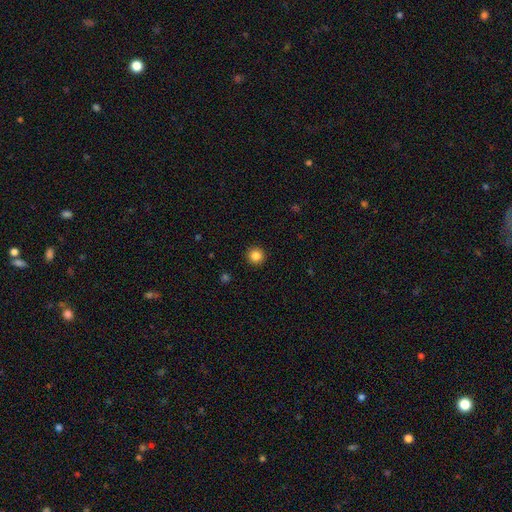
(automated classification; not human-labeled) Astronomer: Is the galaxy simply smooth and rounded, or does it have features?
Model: smooth — 85%.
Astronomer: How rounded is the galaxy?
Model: round — 96%.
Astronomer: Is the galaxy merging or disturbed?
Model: none — 93%.